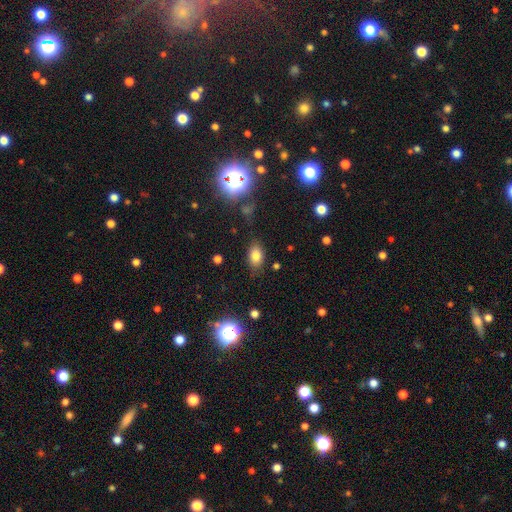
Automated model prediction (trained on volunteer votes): A smooth galaxy with no disk features (78%) that is in between round and cigar-shaped (86%).

Vote fractions:
- Smooth or featured? smooth: 78% / star or artifact: 14% / featured or disk: 9%
- How rounded? in between: 86% / round: 12% / cigar-shaped: 2%
- Merging? none: 80% / minor disturbance: 14% / major disturbance: 4% / merger: 2%